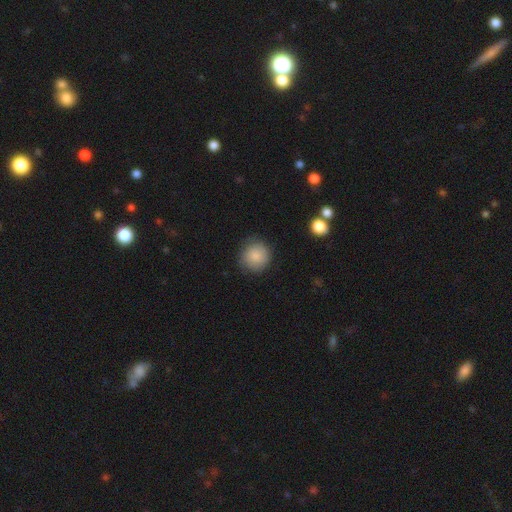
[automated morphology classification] Smooth or featured? Predicted: smooth (p=0.86). How rounded? Predicted: round (p=0.93). Merging? Predicted: none (p=0.83).